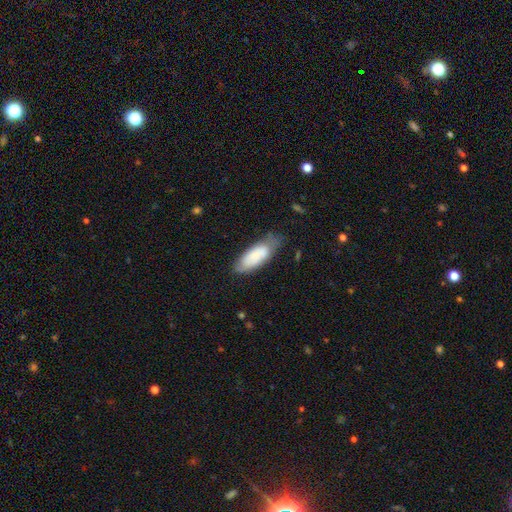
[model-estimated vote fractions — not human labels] Q: Smooth or featured?
A: smooth (79%); runner-up: featured or disk (14%)
Q: How rounded?
A: in between (77%); runner-up: cigar-shaped (21%)
Q: Merging?
A: none (57%); runner-up: minor disturbance (32%)